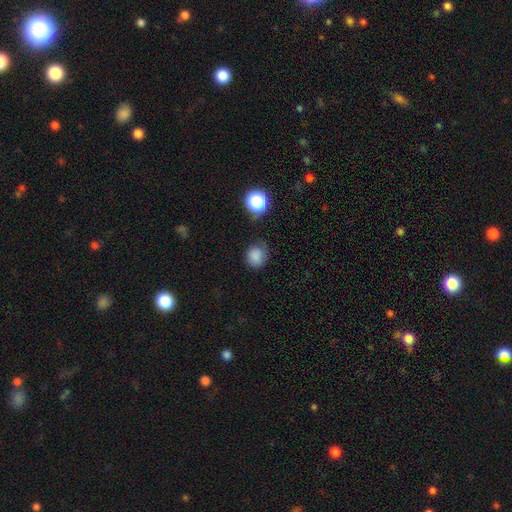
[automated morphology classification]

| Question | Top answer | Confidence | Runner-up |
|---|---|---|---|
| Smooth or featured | smooth | 84% | star or artifact (12%) |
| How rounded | round | 80% | in between (19%) |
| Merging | none | 71% | minor disturbance (20%) |